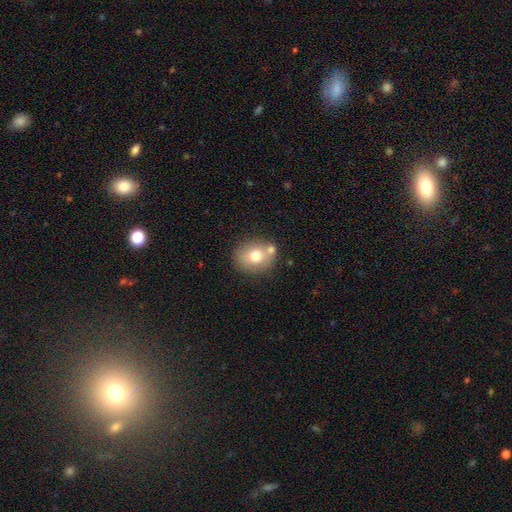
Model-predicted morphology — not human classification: smooth_or_featured: smooth (p=0.71) [alt: featured or disk p=0.19]
how_rounded: round (p=0.64) [alt: in between p=0.35]
merging: none (p=0.63) [alt: merger p=0.19]